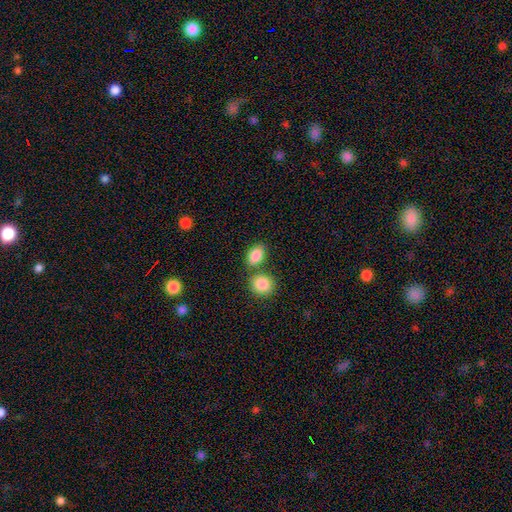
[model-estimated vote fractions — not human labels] smooth 87%, star or artifact 8%, featured or disk 6%. Down the decision tree: how rounded — in between (75%); merging — none (59%).